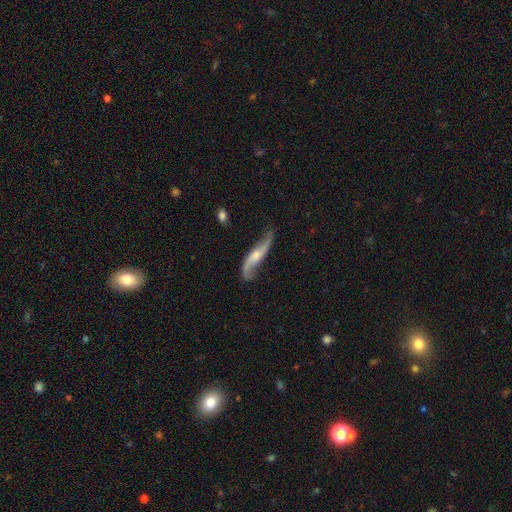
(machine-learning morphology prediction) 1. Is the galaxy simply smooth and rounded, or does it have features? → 79% featured or disk, 15% smooth, 5% star or artifact.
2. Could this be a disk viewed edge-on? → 76% no, 24% yes.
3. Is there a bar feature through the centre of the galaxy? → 56% no, 31% weak, 13% strong.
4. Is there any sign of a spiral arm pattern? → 93% yes, 7% no.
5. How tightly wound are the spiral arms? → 91% loose, 6% medium, 2% tight.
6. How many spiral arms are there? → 91% 2, 4% 1, 3% can't tell, 1% 3, 1% 4, 1% more than 4.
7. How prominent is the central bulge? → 40% small, 38% moderate, 15% none, 6% large, 2% dominant.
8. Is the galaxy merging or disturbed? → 63% none, 23% minor disturbance, 11% major disturbance, 4% merger.